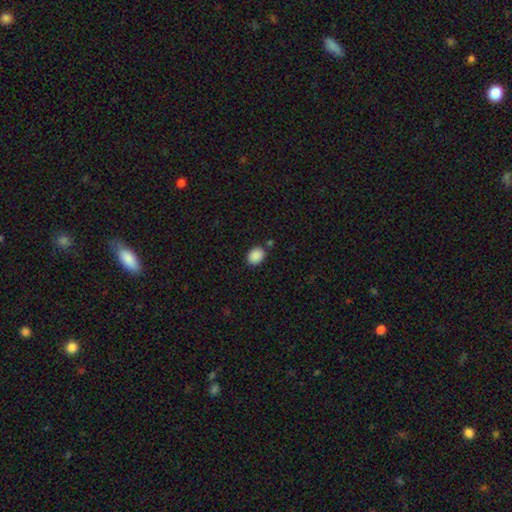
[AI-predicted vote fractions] A smooth galaxy with no disk features (89%) that is in between round and cigar-shaped (60%). Merging: none (80%).